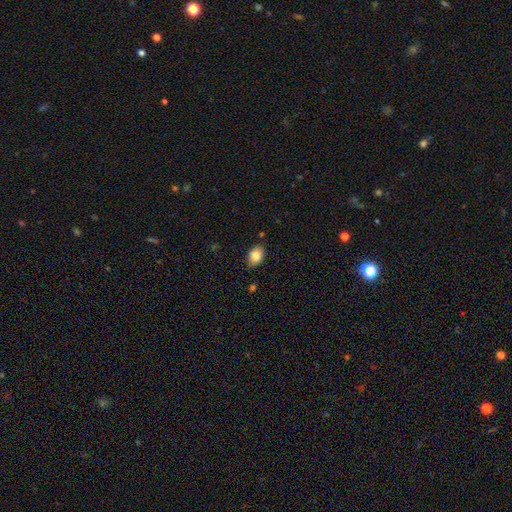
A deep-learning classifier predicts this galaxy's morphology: type=smooth (84%); roundness=in between (82%); merging=none (85%).